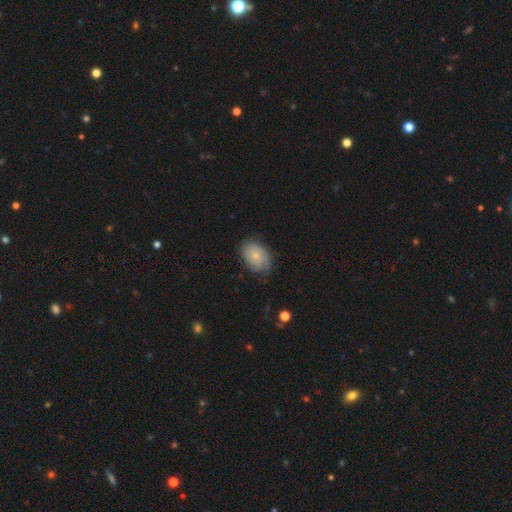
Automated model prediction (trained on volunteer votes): Morphology: type=smooth (55%); roundness=in between (76%); merging=none (73%).